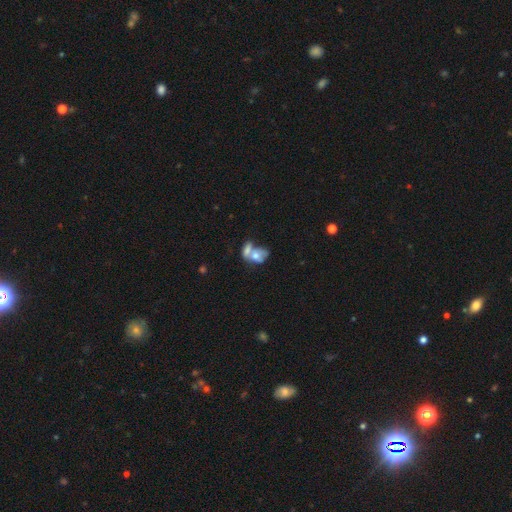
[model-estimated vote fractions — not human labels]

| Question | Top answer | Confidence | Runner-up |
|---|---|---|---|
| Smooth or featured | smooth | 56% | featured or disk (35%) |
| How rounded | in between | 73% | round (24%) |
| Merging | merger | 68% | none (16%) |